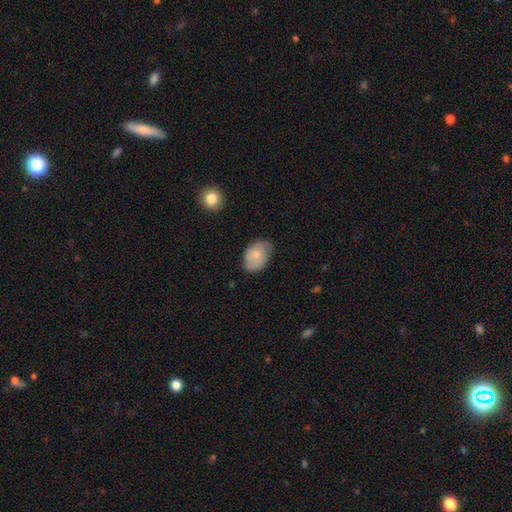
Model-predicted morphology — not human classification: A smooth galaxy with no disk features (75%) that is in between round and cigar-shaped (82%). Merging: none (67%).